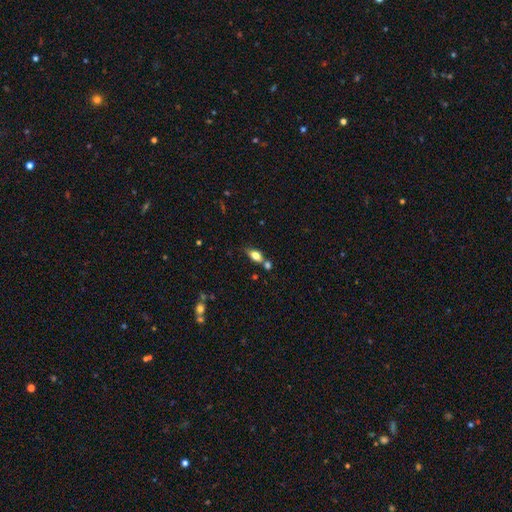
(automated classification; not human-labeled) Q: Smooth or featured?
A: smooth (70%); runner-up: featured or disk (20%)
Q: How rounded?
A: in between (82%); runner-up: cigar-shaped (9%)
Q: Merging?
A: none (58%); runner-up: merger (21%)